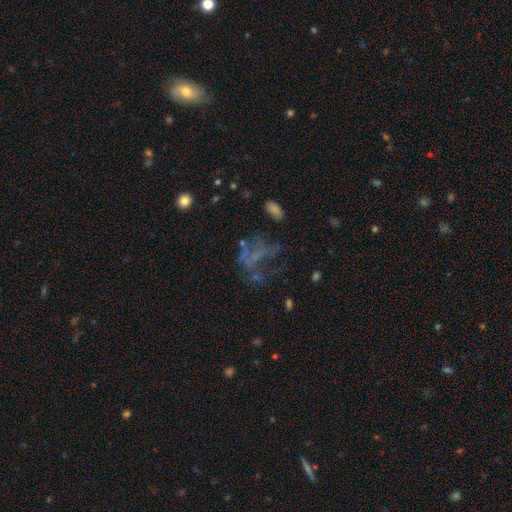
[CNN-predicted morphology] Q: Smooth or featured?
A: featured or disk (44%); runner-up: star or artifact (29%)
Q: Merging?
A: major disturbance (40%); runner-up: none (35%)